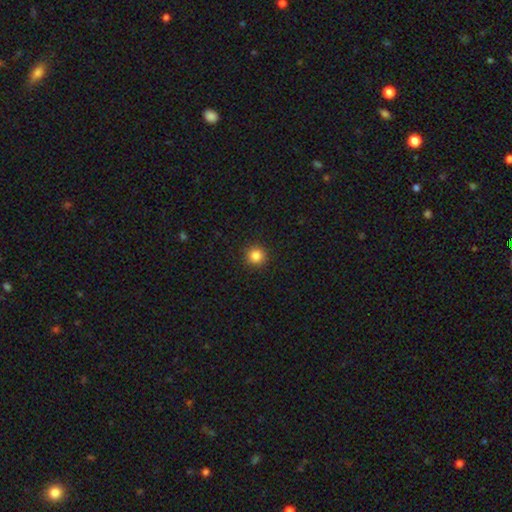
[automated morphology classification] smooth_or_featured: smooth (p=0.86) [alt: star or artifact p=0.11]
how_rounded: round (p=0.95) [alt: in between p=0.04]
merging: none (p=0.92) [alt: minor disturbance p=0.05]